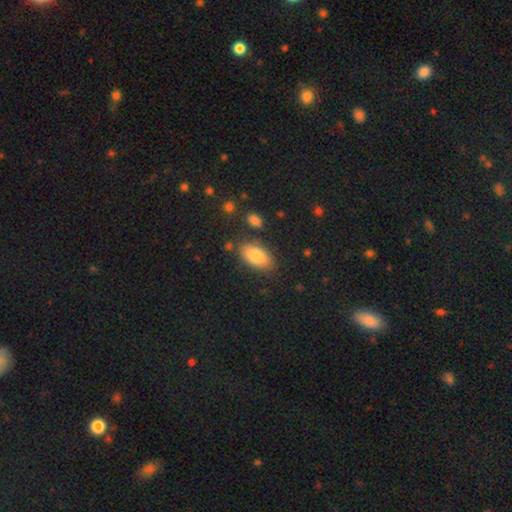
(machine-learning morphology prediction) This is clearly a smooth galaxy (83%). How rounded: clearly in between (93%). Merging: clearly none (81%).